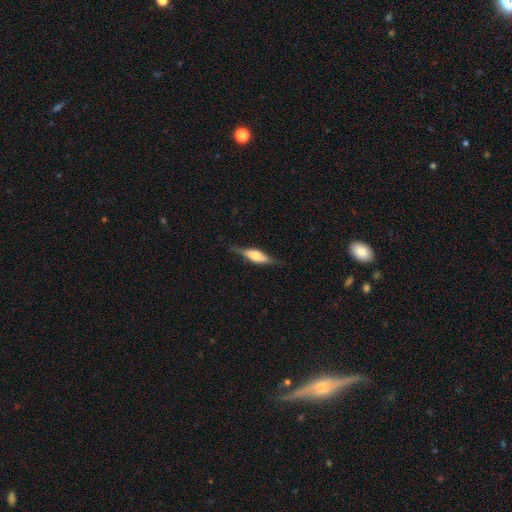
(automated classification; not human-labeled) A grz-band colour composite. It shows a featured or disk galaxy (55%) viewed edge-on (95%) with a rounded central bulge (59%). Merging: none (78%).